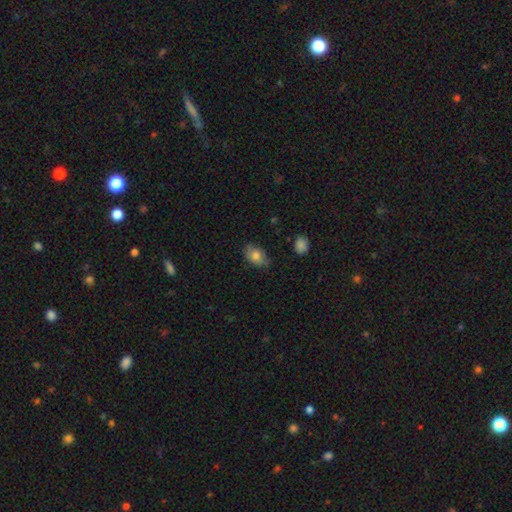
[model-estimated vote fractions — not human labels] Smooth or featured? smooth (81%)
How rounded? in between (86%)
Merging? none (75%)